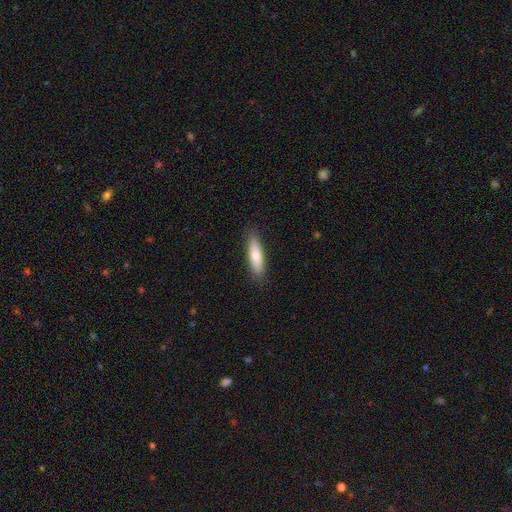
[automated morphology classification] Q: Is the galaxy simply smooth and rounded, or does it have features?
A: smooth — 73%.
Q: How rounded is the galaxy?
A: cigar-shaped — 65%.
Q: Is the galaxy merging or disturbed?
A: none — 87%.